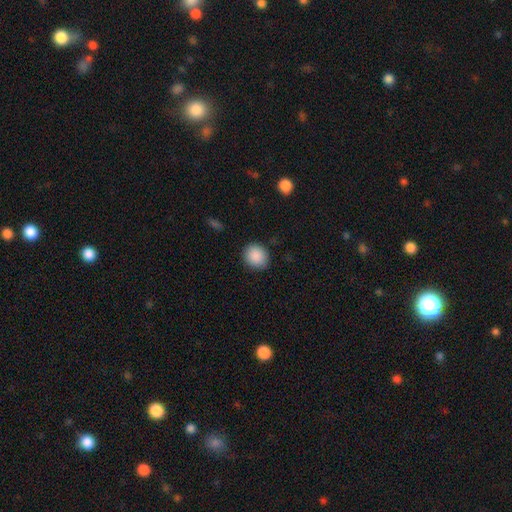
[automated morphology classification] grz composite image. It shows a smooth galaxy with no disk features (89%) that is round (76%). Merging: none (88%).